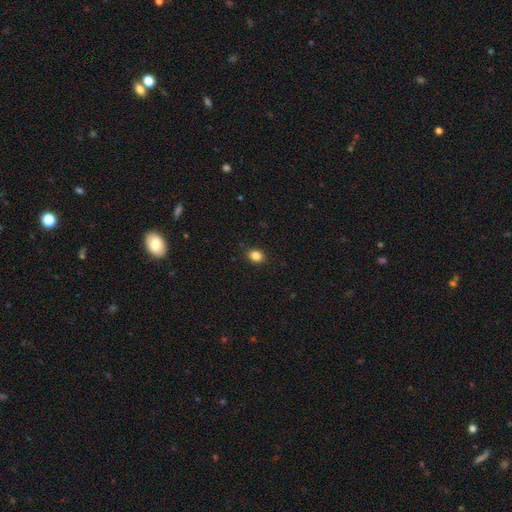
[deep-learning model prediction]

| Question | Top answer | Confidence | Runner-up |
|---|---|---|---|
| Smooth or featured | smooth | 85% | star or artifact (10%) |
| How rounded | in between | 58% | round (41%) |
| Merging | none | 89% | minor disturbance (8%) |